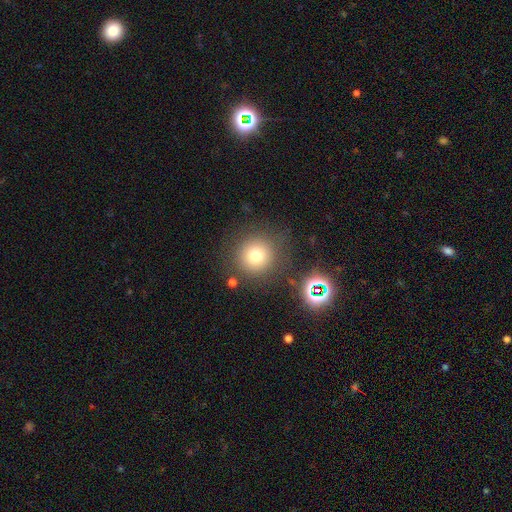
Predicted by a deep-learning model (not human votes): Overall: smooth (74%). How rounded: round (93%). Merging: none (82%).